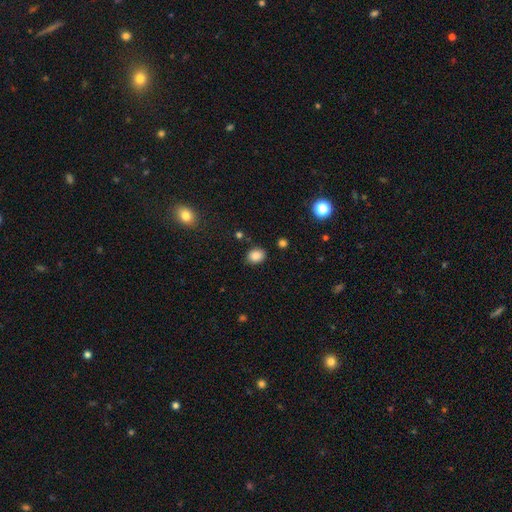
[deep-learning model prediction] smooth_or_featured: smooth (p=0.86) [alt: star or artifact p=0.10]
how_rounded: in between (p=0.52) [alt: round p=0.47]
merging: none (p=0.82) [alt: minor disturbance p=0.12]